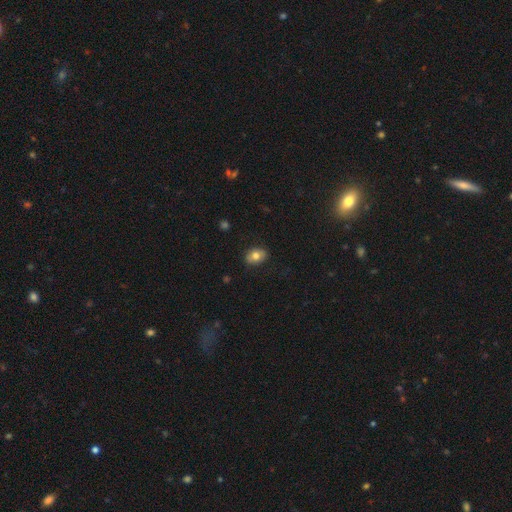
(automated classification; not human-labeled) smooth-or-featured: smooth: 78% | featured or disk: 13% | star or artifact: 9%
  how-rounded: in between: 76% | round: 22% | cigar-shaped: 1%
  merging: none: 85% | minor disturbance: 12% | major disturbance: 2% | merger: 1%